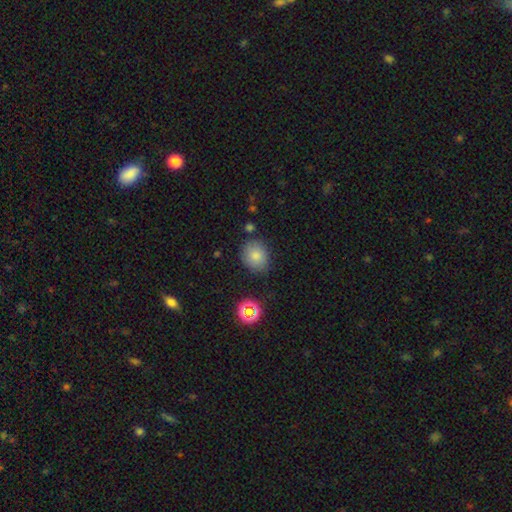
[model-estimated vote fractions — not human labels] The model was most divided on "how rounded": round: 70%, in between: 29%, cigar-shaped: 1%. More confident: smooth or featured — smooth (81%); merging — none (81%).